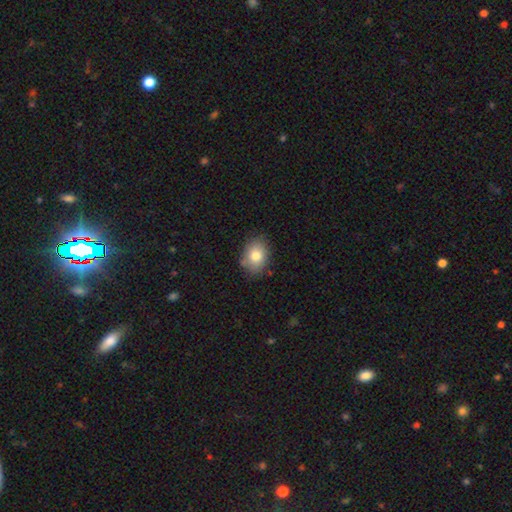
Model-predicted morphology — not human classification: Smooth or featured?
  - smooth: 79% *
  - featured or disk: 12%
  - star or artifact: 9%
How rounded?
  - in between: 64% *
  - round: 35%
  - cigar-shaped: 1%
Merging?
  - none: 80% *
  - minor disturbance: 15%
  - major disturbance: 3%
  - merger: 2%